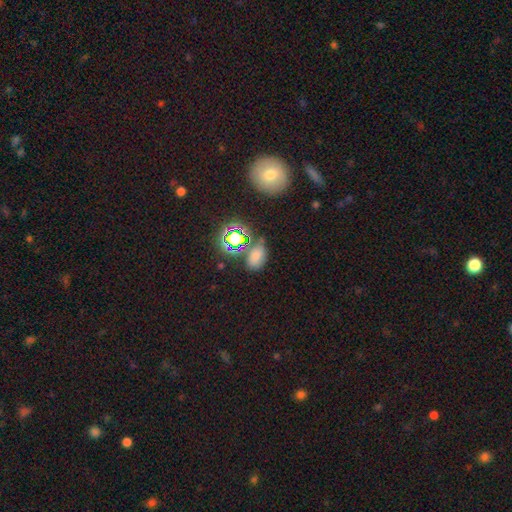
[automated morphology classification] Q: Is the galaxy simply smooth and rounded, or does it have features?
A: smooth — 61%.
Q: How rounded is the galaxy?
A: in between — 81%.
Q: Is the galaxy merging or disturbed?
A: none — 63%.